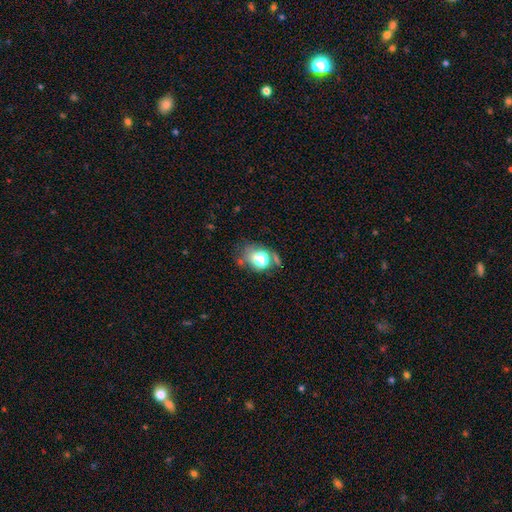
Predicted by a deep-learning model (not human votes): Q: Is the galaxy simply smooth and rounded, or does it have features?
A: smooth — 66%.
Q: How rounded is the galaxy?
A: in between — 60%.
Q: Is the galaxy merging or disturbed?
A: none — 45%.